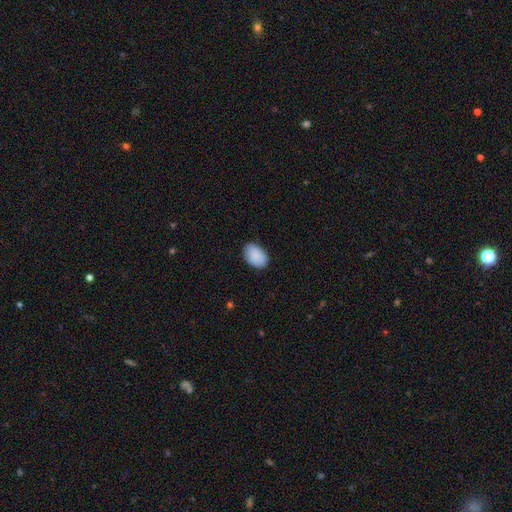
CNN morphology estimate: This is clearly a smooth galaxy (90%). How rounded: clearly in between (87%). Merging: clearly none (83%).